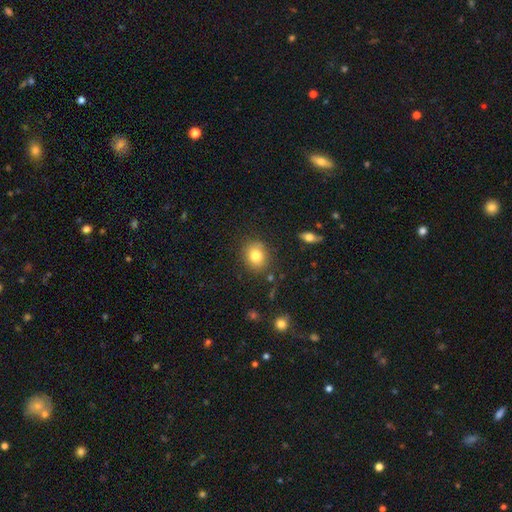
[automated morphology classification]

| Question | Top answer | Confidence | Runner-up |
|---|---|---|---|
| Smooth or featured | smooth | 79% | star or artifact (10%) |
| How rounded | round | 64% | in between (35%) |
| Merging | none | 84% | minor disturbance (11%) |